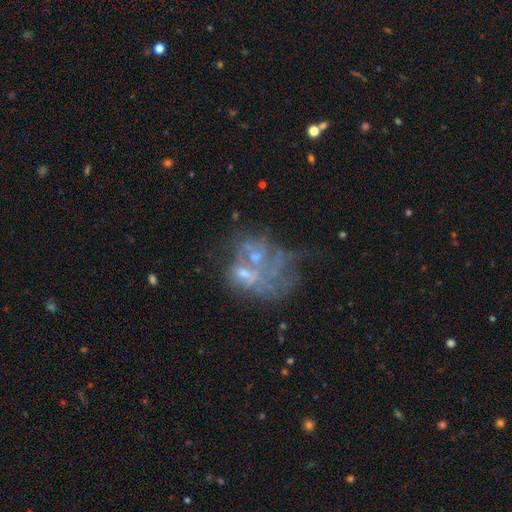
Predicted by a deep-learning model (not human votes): Smooth or featured: featured or disk — 62% (smooth — 22%)
Edge-on disk: no — 98% (yes — 2%)
Bar: no — 87% (weak — 11%)
Spiral arms: no — 86% (yes — 14%)
Bulge size: none — 43% (moderate — 28%)
Merging: merger — 35% (major disturbance — 34%)